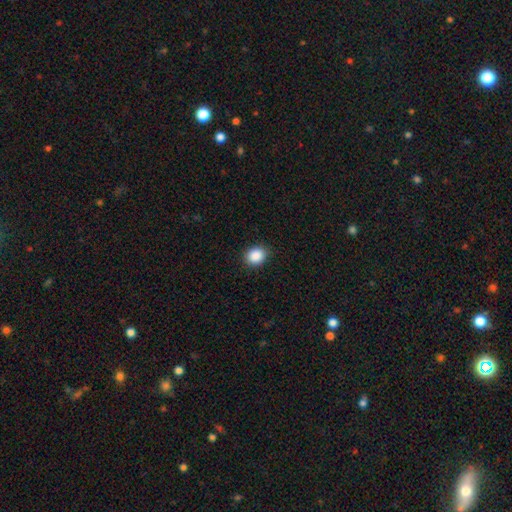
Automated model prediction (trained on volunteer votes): smooth_or_featured: smooth (p=0.89) [alt: star or artifact p=0.08]
how_rounded: round (p=0.60) [alt: in between p=0.39]
merging: none (p=0.89) [alt: minor disturbance p=0.08]